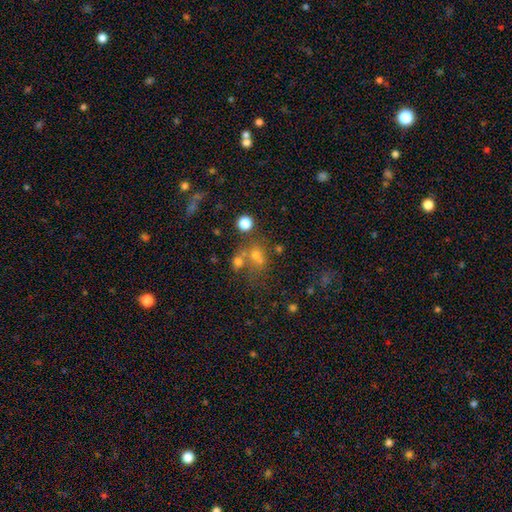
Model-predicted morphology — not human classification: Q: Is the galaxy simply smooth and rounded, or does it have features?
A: smooth — 52%.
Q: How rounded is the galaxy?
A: round — 70%.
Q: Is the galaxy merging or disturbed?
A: none — 42%.